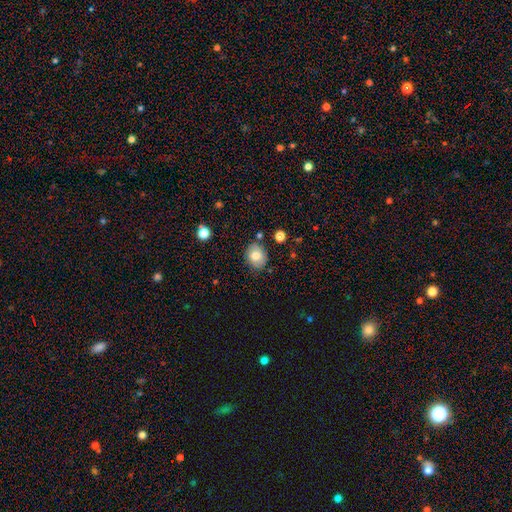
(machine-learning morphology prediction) The model was most divided on "how rounded": round: 57%, in between: 42%, cigar-shaped: 1%. More confident: merging — none (79%); smooth or featured — smooth (73%).